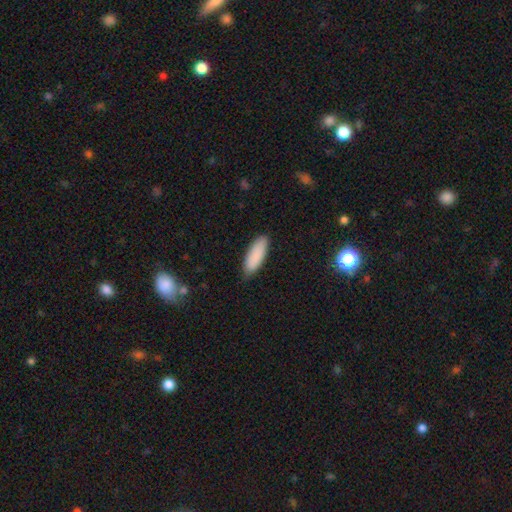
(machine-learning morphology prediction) Overall: smooth (88%). How rounded: in between (65%; cigar-shaped 33%). Merging: none (83%).